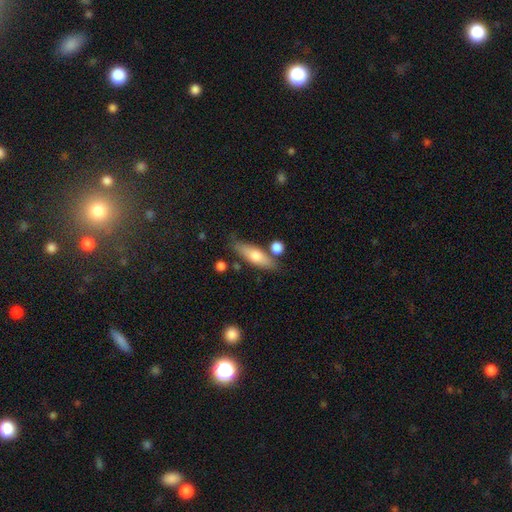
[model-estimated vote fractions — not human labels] Overall: smooth (61%; featured or disk 33%). How rounded: cigar-shaped (55%; in between 41%). Merging: none (73%).